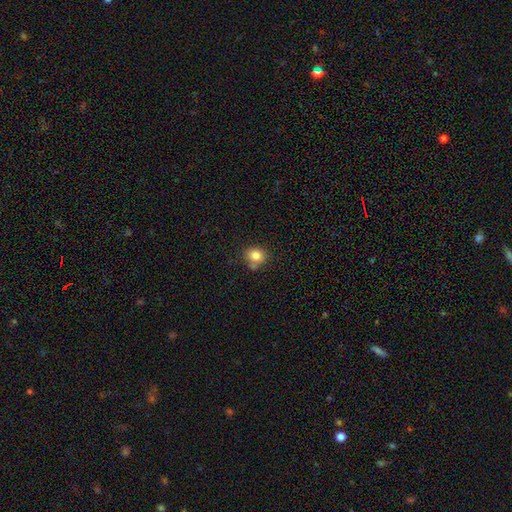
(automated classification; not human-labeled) This appears to be a smooth galaxy with no disk features (83%) that is round (74%). Merging: none (68%).